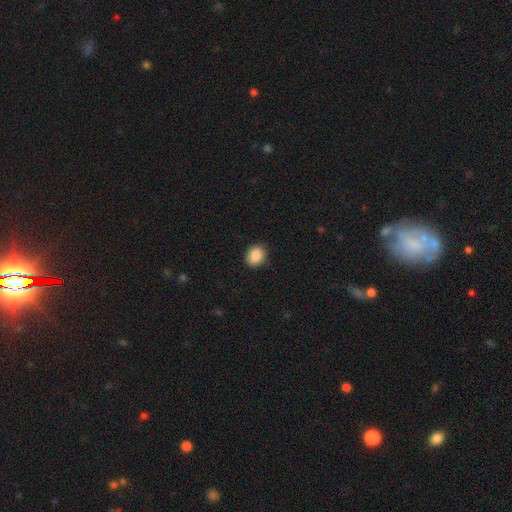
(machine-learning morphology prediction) smooth_or_featured: smooth (p=0.88) [alt: star or artifact p=0.08]
how_rounded: round (p=0.64) [alt: in between p=0.35]
merging: none (p=0.90) [alt: minor disturbance p=0.07]